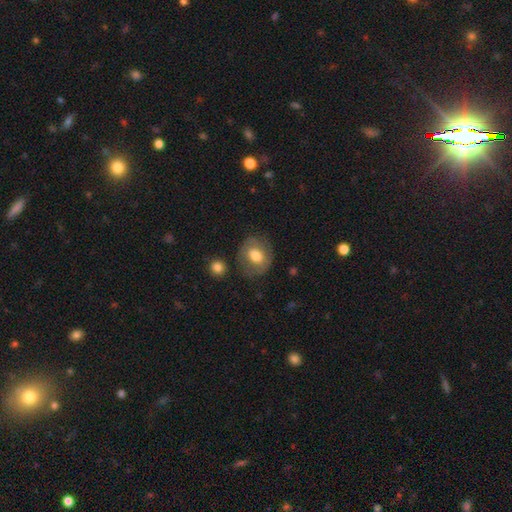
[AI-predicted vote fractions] Morphology: type=smooth (61%); roundness=round (58%); merging=none (72%).